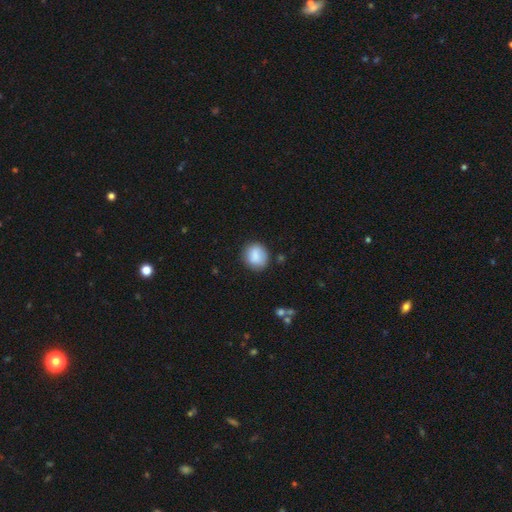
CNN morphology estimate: Overall: smooth (86%). How rounded: round (76%). Merging: none (81%).